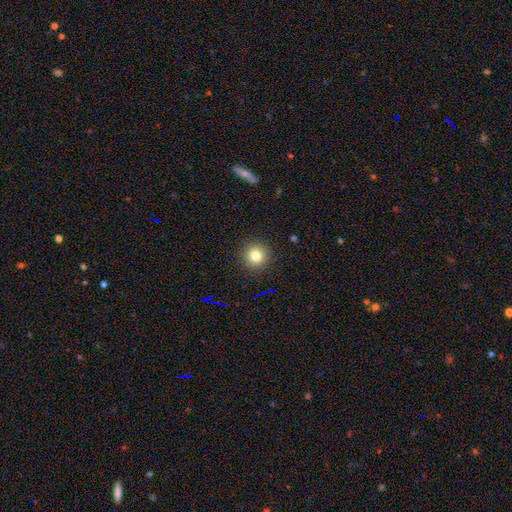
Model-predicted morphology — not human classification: This appears to be a smooth galaxy with no disk features (79%) that is round (93%). Merging: none (91%).